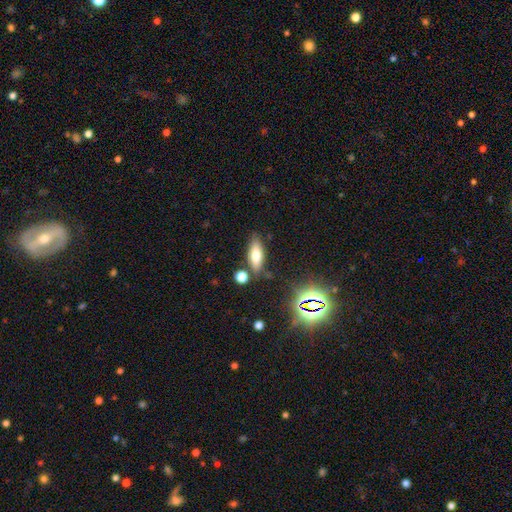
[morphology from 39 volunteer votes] A smooth galaxy with no disk features (74%) that is in between round and cigar-shaped (76%).

Vote fractions:
- Smooth or featured? smooth: 74% / featured or disk: 15% / star or artifact: 10%
- How rounded? in between: 76% / cigar-shaped: 21% / round: 3%
- Merging? none: 83% / minor disturbance: 11% / major disturbance: 3% / merger: 3%